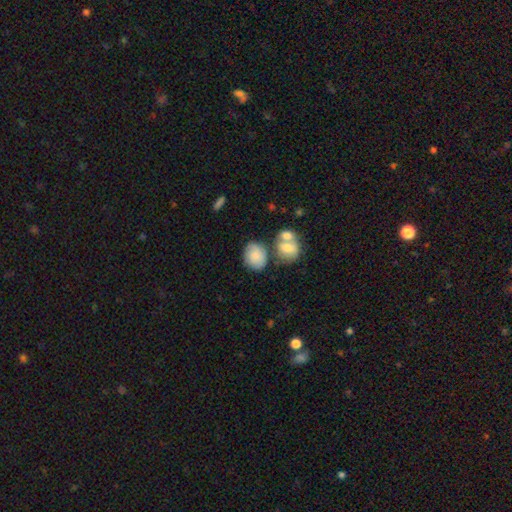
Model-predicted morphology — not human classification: Q: Smooth or featured?
A: smooth (77%); runner-up: featured or disk (16%)
Q: How rounded?
A: in between (56%); runner-up: round (43%)
Q: Merging?
A: none (54%); runner-up: merger (23%)